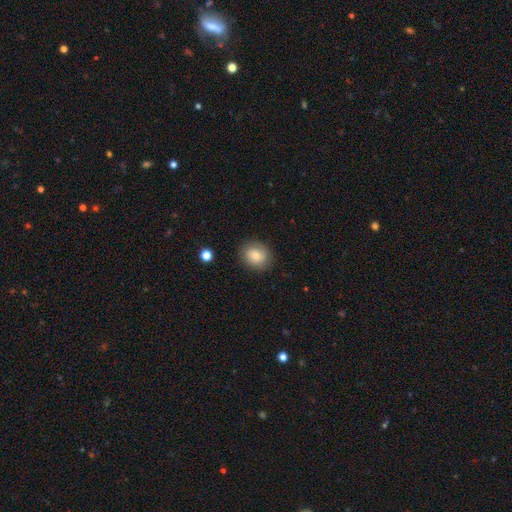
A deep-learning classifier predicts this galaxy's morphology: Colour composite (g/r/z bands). It shows a smooth galaxy with no disk features (80%) that is round (66%). Merging: none (85%).